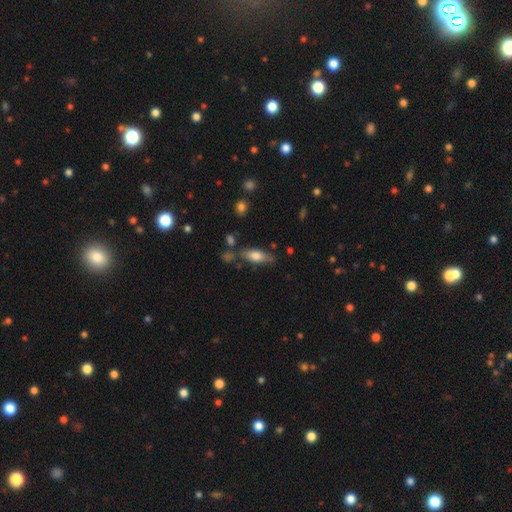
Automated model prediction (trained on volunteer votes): Morphology: type=smooth (69%); roundness=in between (69%); merging=none (67%).